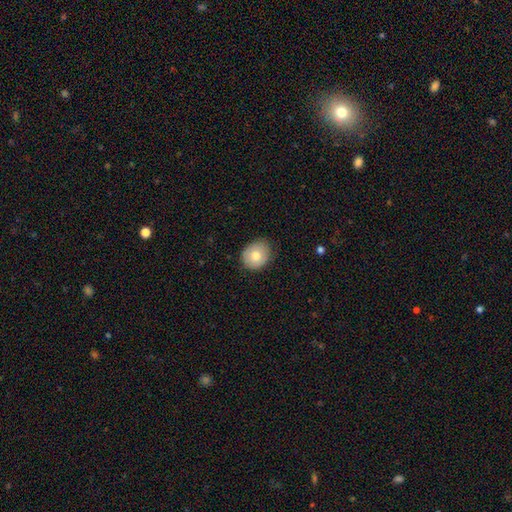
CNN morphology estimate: The model was most divided on "how rounded": round: 62%, in between: 37%, cigar-shaped: 1%. More confident: merging — none (77%); smooth or featured — smooth (75%).